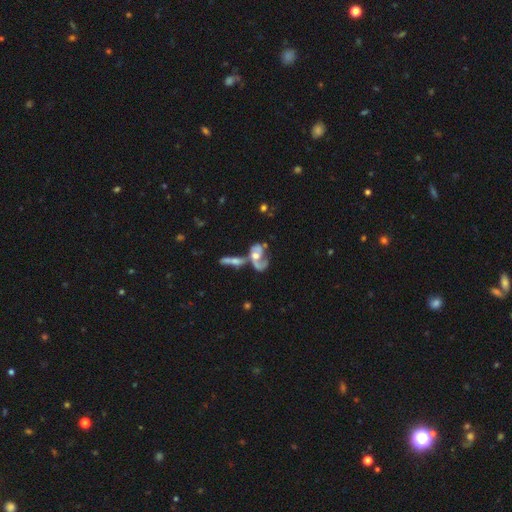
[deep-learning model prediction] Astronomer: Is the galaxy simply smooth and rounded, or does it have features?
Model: featured or disk — 73%.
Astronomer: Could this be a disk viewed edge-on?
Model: no — 93%.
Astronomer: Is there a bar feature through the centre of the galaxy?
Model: no — 73%.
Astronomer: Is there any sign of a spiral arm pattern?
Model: yes — 78%.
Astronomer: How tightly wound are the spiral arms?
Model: loose — 41% (runner-up: medium, 36%).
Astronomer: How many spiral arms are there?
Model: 2 — 48% (runner-up: 1, 33%).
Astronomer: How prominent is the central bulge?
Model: moderate — 63%.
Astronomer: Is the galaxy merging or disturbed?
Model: merger — 56%.